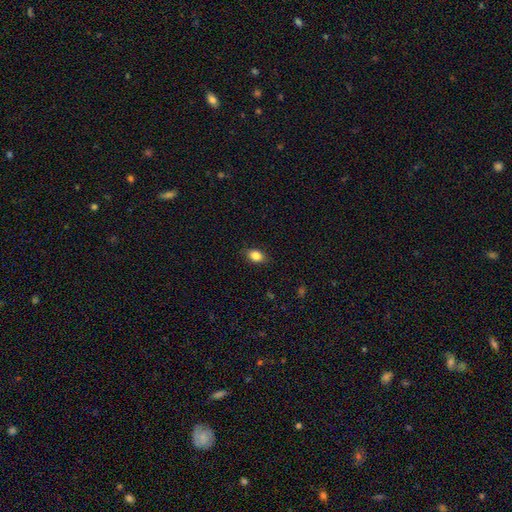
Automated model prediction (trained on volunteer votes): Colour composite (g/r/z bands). It shows a smooth galaxy with no disk features (85%) that is in between round and cigar-shaped (79%). Merging: none (85%).